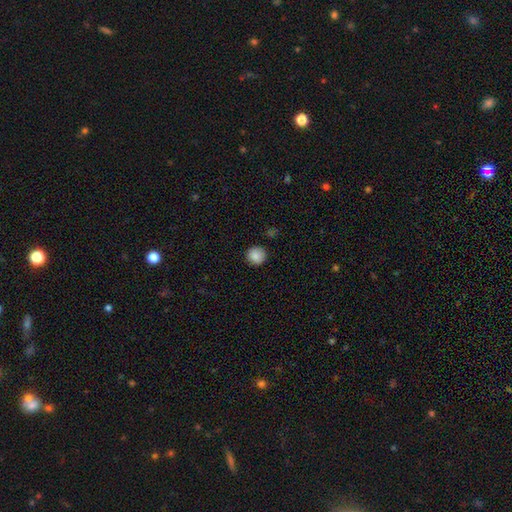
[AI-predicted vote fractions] smooth_or_featured: smooth (p=0.88) [alt: star or artifact p=0.09]
how_rounded: round (p=0.94) [alt: in between p=0.05]
merging: none (p=0.91) [alt: minor disturbance p=0.06]